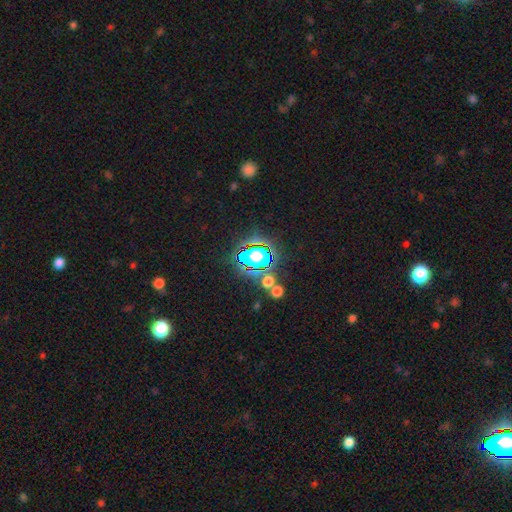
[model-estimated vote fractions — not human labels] Q: Smooth or featured?
A: star or artifact (56%); runner-up: smooth (31%)